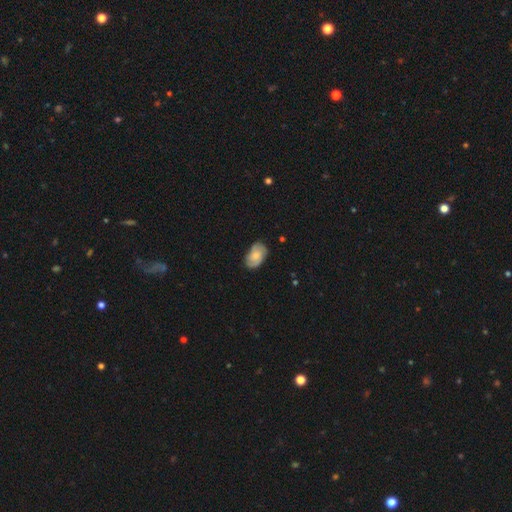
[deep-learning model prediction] smooth_or_featured: smooth (p=0.47) [alt: featured or disk p=0.46]
merging: none (p=0.74) [alt: minor disturbance p=0.20]